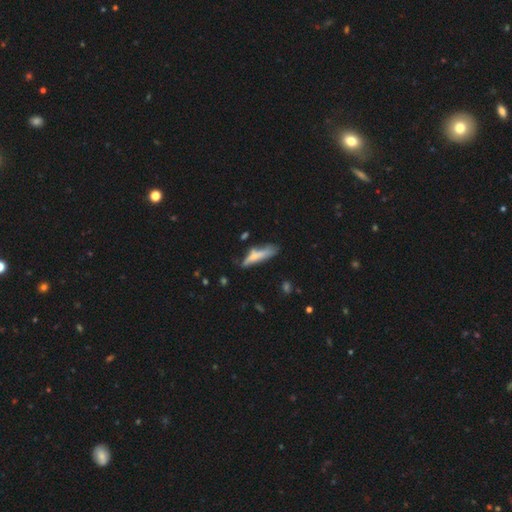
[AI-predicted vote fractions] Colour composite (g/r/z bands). It shows a smooth galaxy with no disk features (59%) that is cigar-shaped (78%). Merging: none (48%).